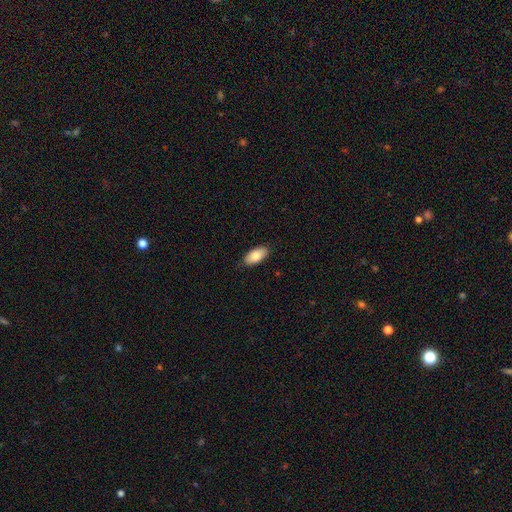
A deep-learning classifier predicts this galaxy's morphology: Smooth or featured: smooth — 84% (featured or disk — 9%)
How rounded: in between — 92% (cigar-shaped — 5%)
Merging: none — 87% (minor disturbance — 10%)